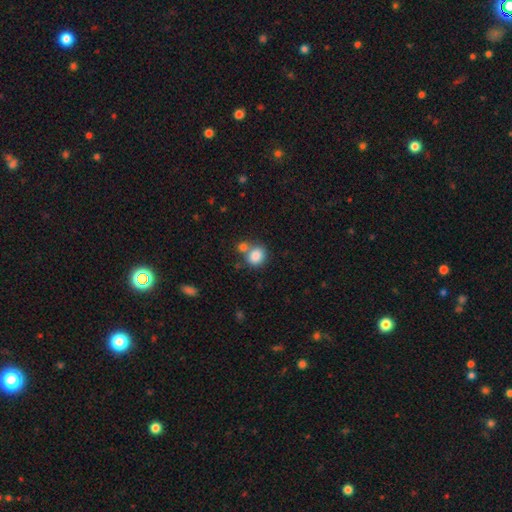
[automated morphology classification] The model was most divided on "merging": none: 56%, merger: 30%, minor disturbance: 10%, major disturbance: 4%. More confident: smooth or featured — smooth (84%); how rounded — round (71%).